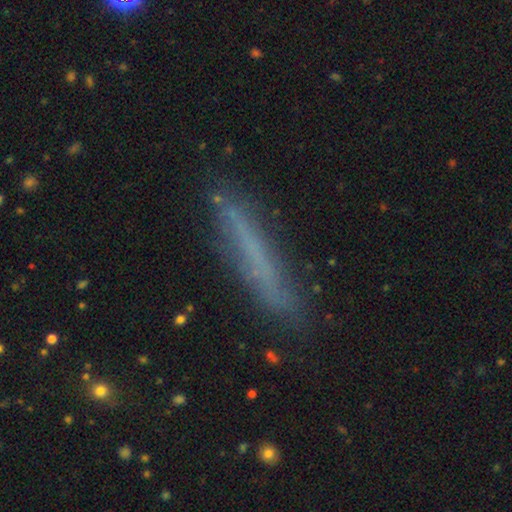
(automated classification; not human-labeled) Morphology: type=smooth (48%); merging=none (79%).